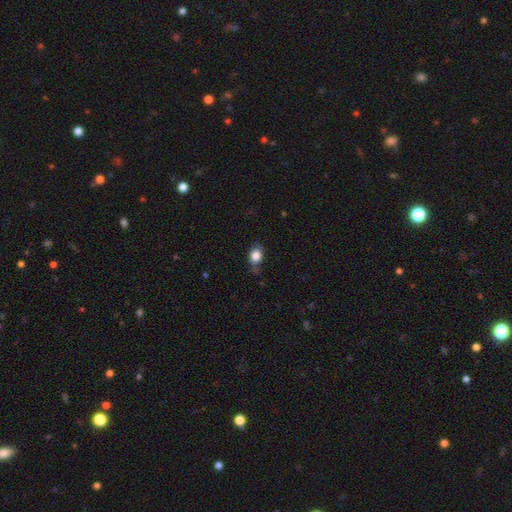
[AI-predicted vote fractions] Smooth or featured?
  - smooth: 84% *
  - star or artifact: 9%
  - featured or disk: 6%
How rounded?
  - in between: 56% *
  - round: 42%
  - cigar-shaped: 1%
Merging?
  - none: 69% *
  - minor disturbance: 22%
  - major disturbance: 5%
  - merger: 4%